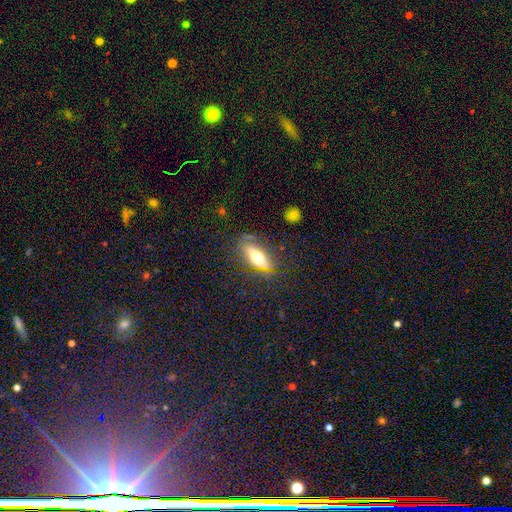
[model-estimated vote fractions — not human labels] The model was most divided on "smooth or featured": smooth: 48%, featured or disk: 43%, star or artifact: 9%. More confident: merging — none (75%).